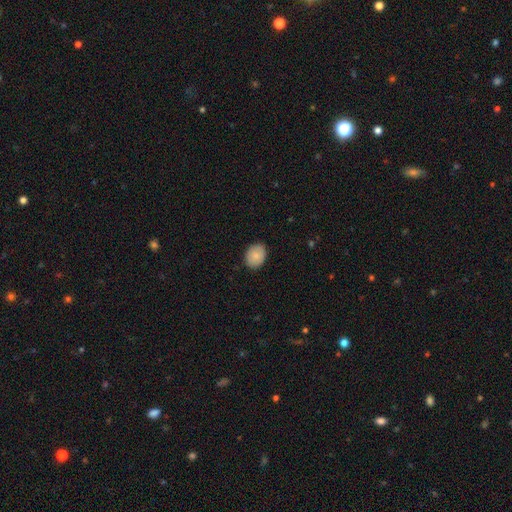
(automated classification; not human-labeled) Overall: smooth (87%). How rounded: in between (61%; round 38%). Merging: none (87%).